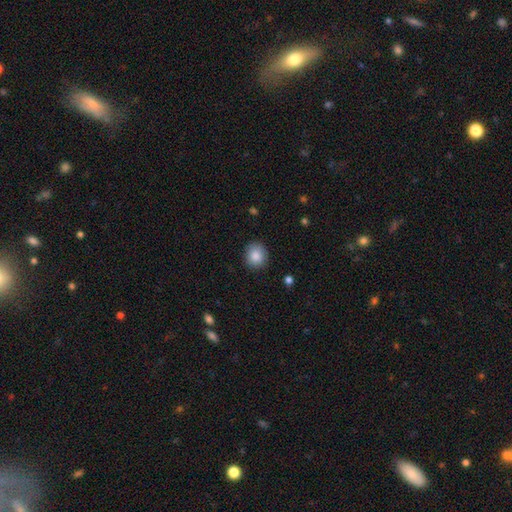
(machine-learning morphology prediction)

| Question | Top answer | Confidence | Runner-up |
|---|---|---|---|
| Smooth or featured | smooth | 87% | star or artifact (8%) |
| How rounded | round | 78% | in between (21%) |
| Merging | none | 88% | minor disturbance (9%) |